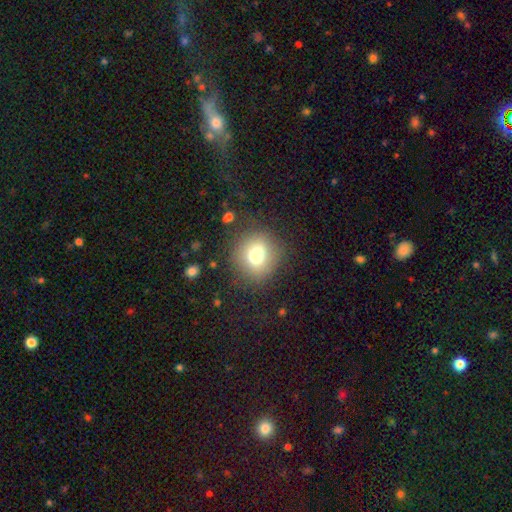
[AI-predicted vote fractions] smooth-or-featured: smooth: 75% | featured or disk: 13% | star or artifact: 12%
  how-rounded: round: 79% | in between: 20% | cigar-shaped: 1%
  merging: none: 79% | minor disturbance: 12% | major disturbance: 6% | merger: 3%